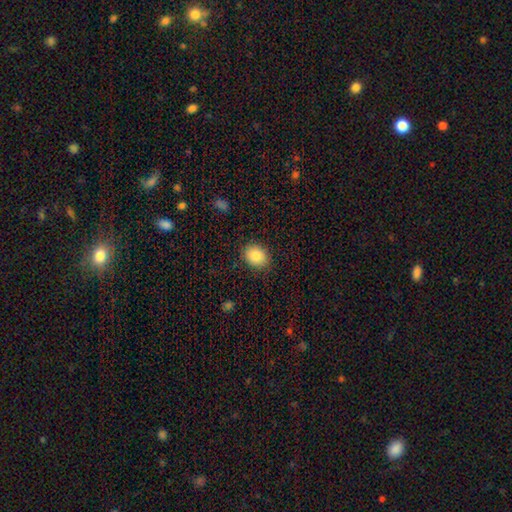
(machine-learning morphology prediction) This appears to be a smooth galaxy with no disk features (85%) that is round (54%). Merging: none (87%).